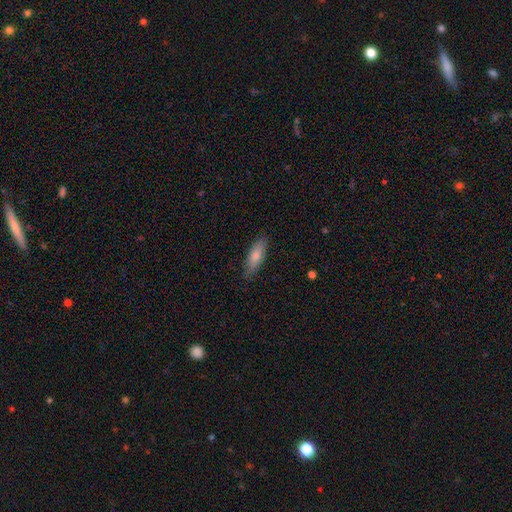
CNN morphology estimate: smooth-or-featured: smooth: 77% | featured or disk: 17% | star or artifact: 6%
  how-rounded: in between: 53% | cigar-shaped: 46% | round: 2%
  merging: none: 83% | minor disturbance: 14% | major disturbance: 3% | merger: 1%